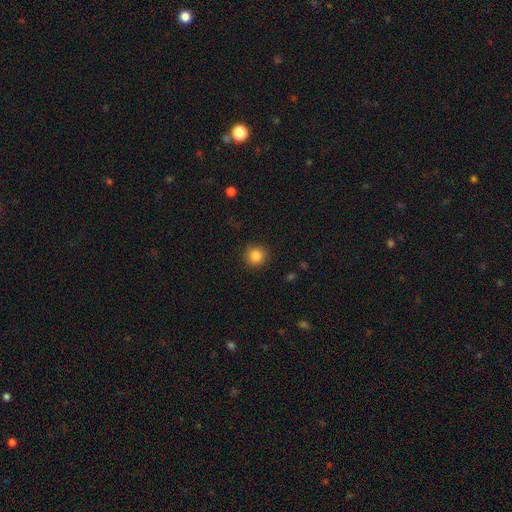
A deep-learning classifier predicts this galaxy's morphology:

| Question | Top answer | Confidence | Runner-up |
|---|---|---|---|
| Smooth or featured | smooth | 85% | star or artifact (10%) |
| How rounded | round | 94% | in between (6%) |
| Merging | none | 90% | minor disturbance (6%) |